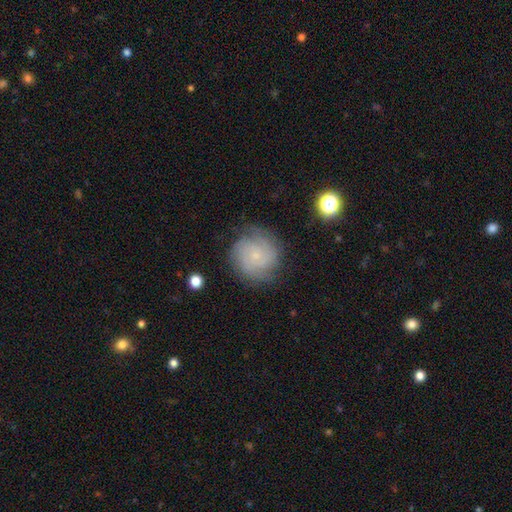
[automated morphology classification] smooth-or-featured: featured or disk: 67% | smooth: 25% | star or artifact: 9%
  disk-edge-on: no: 98% | yes: 2%
    bar: no: 77% | weak: 20% | strong: 3%
    has-spiral-arms: yes: 93% | no: 7%
      spiral-winding: tight: 66% | medium: 27% | loose: 7%
      spiral-arm-count: can't tell: 33% | 2: 27% | 3: 19% | 4: 9% | 1: 6% | more than 4: 6%
    bulge-size: small: 80% | moderate: 10% | none: 8% | large: 1% | dominant: 1%
  merging: none: 77% | minor disturbance: 16% | major disturbance: 6% | merger: 1%